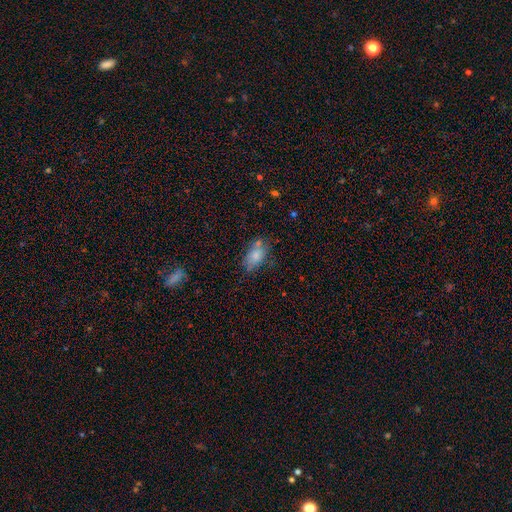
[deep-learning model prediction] Smooth or featured?
  - smooth: 78% *
  - featured or disk: 13%
  - star or artifact: 9%
How rounded?
  - in between: 89% *
  - round: 7%
  - cigar-shaped: 4%
Merging?
  - none: 58% *
  - minor disturbance: 22%
  - merger: 14%
  - major disturbance: 7%